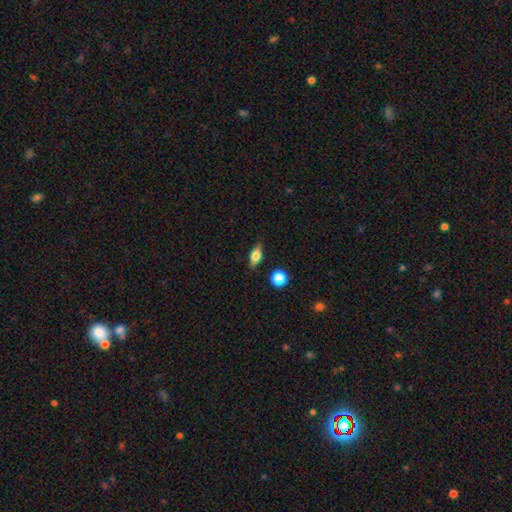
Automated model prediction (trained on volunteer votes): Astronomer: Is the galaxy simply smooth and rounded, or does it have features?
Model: smooth — 61%.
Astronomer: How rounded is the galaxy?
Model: in between — 69%.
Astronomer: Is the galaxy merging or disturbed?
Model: none — 83%.